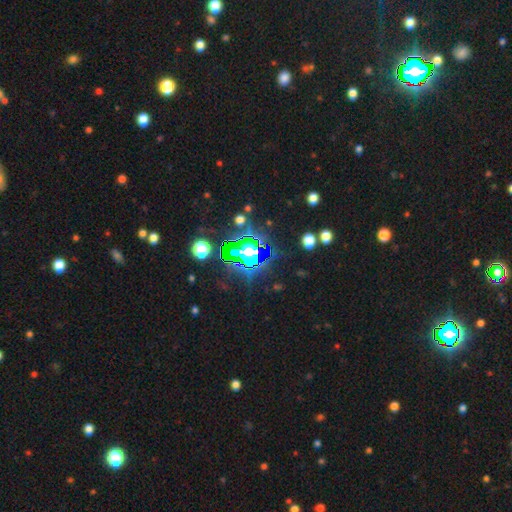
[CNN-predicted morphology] The model was most divided on "smooth or featured": star or artifact: 68%, smooth: 19%, featured or disk: 13%.